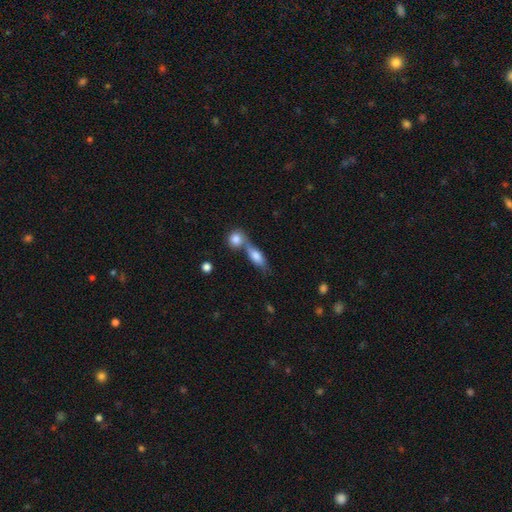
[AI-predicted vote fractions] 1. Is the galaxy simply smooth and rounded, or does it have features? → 70% smooth, 22% featured or disk, 8% star or artifact.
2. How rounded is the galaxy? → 61% in between, 32% cigar-shaped, 7% round.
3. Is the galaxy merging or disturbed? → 47% merger, 39% none, 10% minor disturbance, 4% major disturbance.